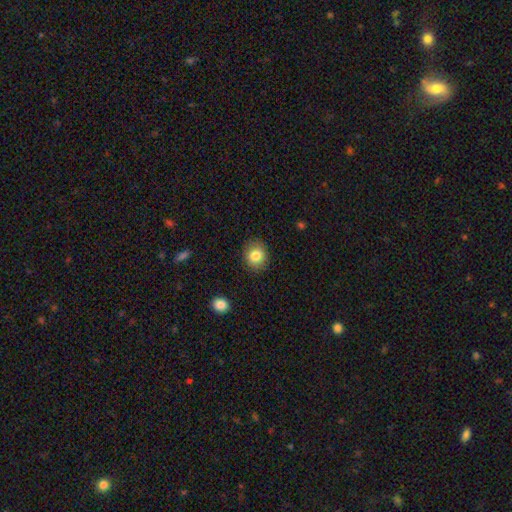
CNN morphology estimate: Q: Smooth or featured?
A: smooth (82%); runner-up: star or artifact (10%)
Q: How rounded?
A: round (74%); runner-up: in between (25%)
Q: Merging?
A: none (87%); runner-up: minor disturbance (9%)